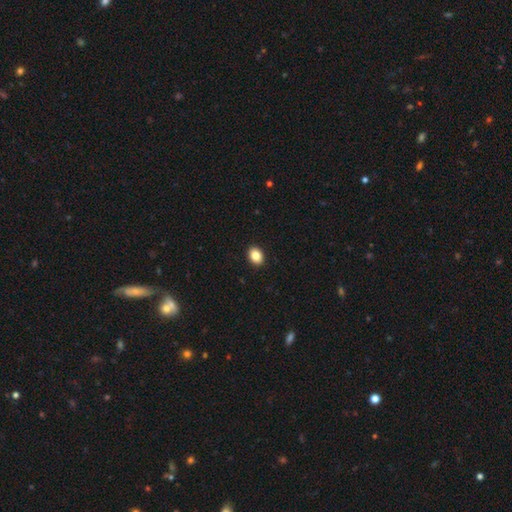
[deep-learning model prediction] smooth 86%, star or artifact 8%, featured or disk 6%. Down the decision tree: how rounded — in between (69%); merging — none (92%).